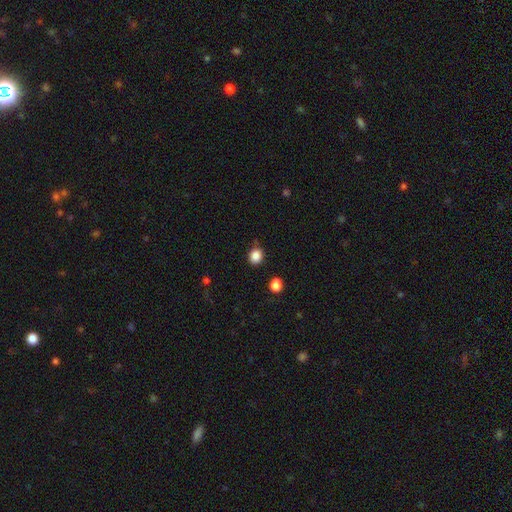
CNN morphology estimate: Smooth or featured?
  - smooth: 86% *
  - star or artifact: 11%
  - featured or disk: 3%
How rounded?
  - round: 69% *
  - in between: 30%
  - cigar-shaped: 1%
Merging?
  - none: 79% *
  - minor disturbance: 15%
  - major disturbance: 3%
  - merger: 3%